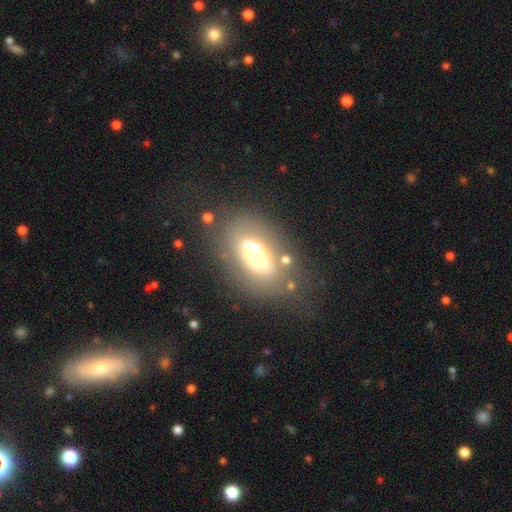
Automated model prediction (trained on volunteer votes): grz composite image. It shows a featured or disk galaxy (46%). Merging: none (59%).